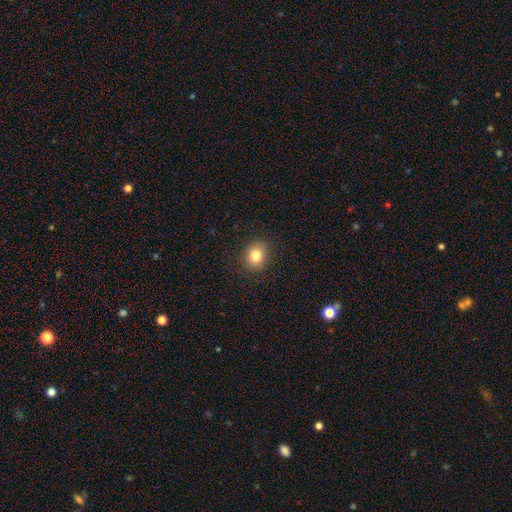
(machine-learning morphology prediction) type=smooth (81%); roundness=round (66%); merging=none (88%).